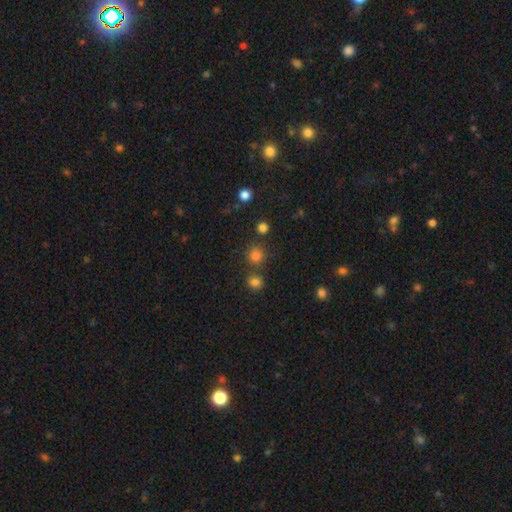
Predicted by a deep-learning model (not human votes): Smooth or featured: smooth — 78% (star or artifact — 17%)
How rounded: round — 91% (in between — 8%)
Merging: none — 76% (merger — 14%)